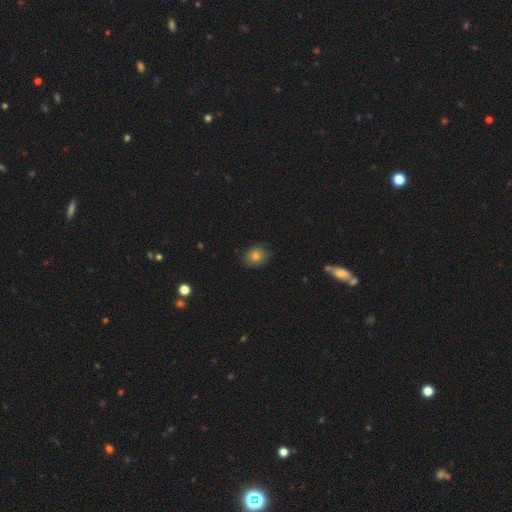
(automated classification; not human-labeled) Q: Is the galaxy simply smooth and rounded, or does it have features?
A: smooth — 75%.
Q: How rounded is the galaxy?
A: in between — 53%.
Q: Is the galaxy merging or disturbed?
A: none — 79%.